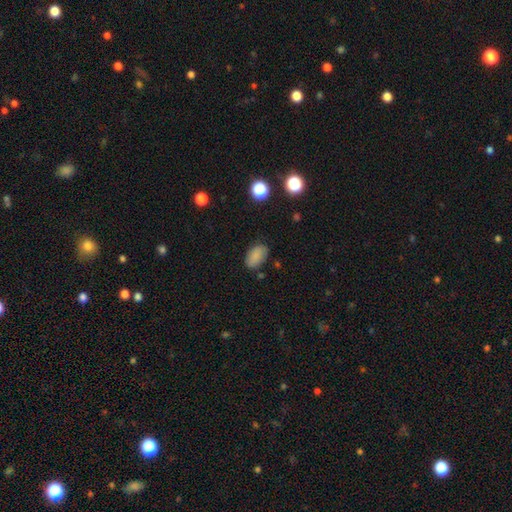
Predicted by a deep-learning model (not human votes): Smooth or featured? smooth (86%)
How rounded? in between (92%)
Merging? none (81%)